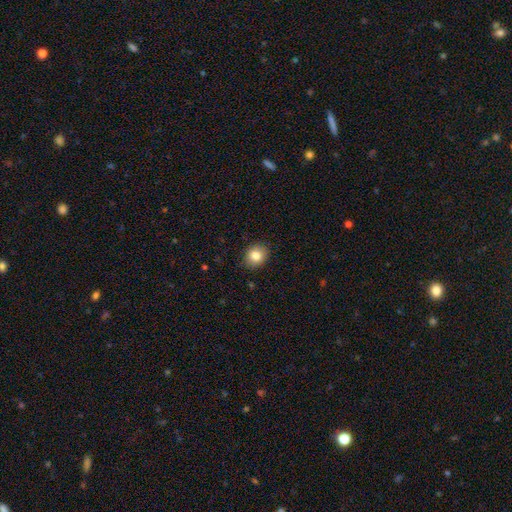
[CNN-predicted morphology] A smooth galaxy with no disk features (83%) that is round (63%).

Vote fractions:
- Smooth or featured? smooth: 83% / star or artifact: 9% / featured or disk: 8%
- How rounded? round: 63% / in between: 36% / cigar-shaped: 1%
- Merging? none: 87% / minor disturbance: 10% / major disturbance: 2% / merger: 1%